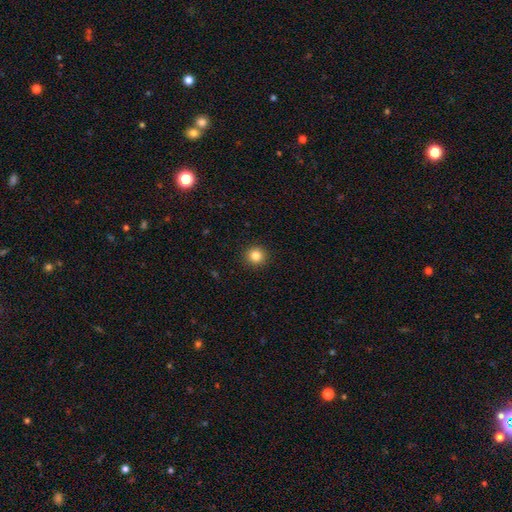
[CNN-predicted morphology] Smooth or featured? Predicted: smooth (p=0.84). How rounded? Predicted: round (p=0.94). Merging? Predicted: none (p=0.93).